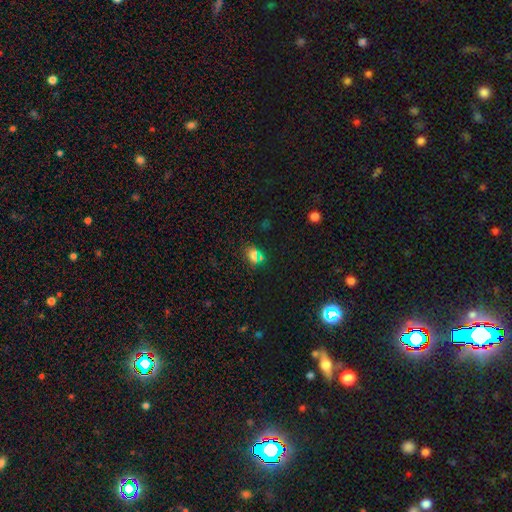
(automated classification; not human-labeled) smooth 61%, star or artifact 31%, featured or disk 8%. Down the decision tree: how rounded — in between (50%); merging — none (81%).